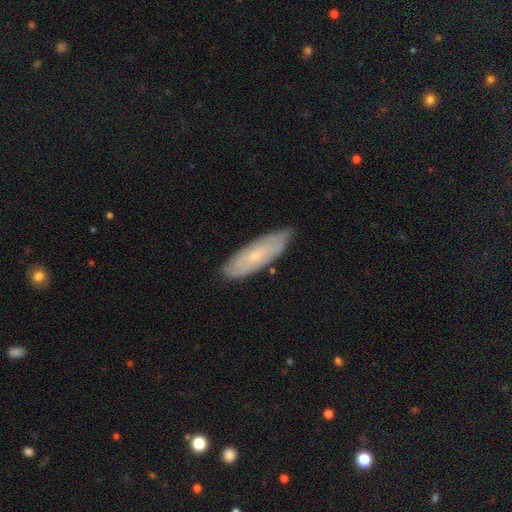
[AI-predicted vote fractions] smooth_or_featured: featured or disk (p=0.49) [alt: smooth p=0.44]
merging: none (p=0.80) [alt: minor disturbance p=0.16]